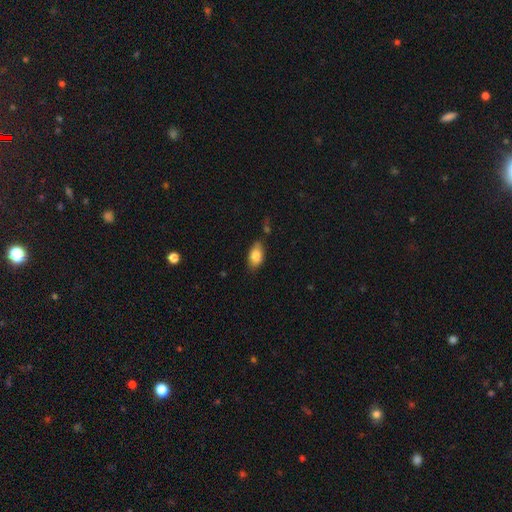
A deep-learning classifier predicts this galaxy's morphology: The model was most divided on "merging": none: 74%, minor disturbance: 18%, merger: 4%, major disturbance: 4%. More confident: how rounded — in between (90%); smooth or featured — smooth (81%).